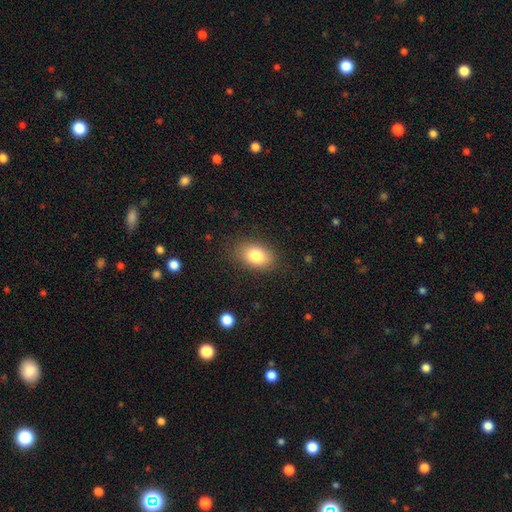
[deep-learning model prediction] Smooth or featured: smooth — 82% (featured or disk — 9%)
How rounded: in between — 84% (round — 15%)
Merging: none — 84% (minor disturbance — 11%)